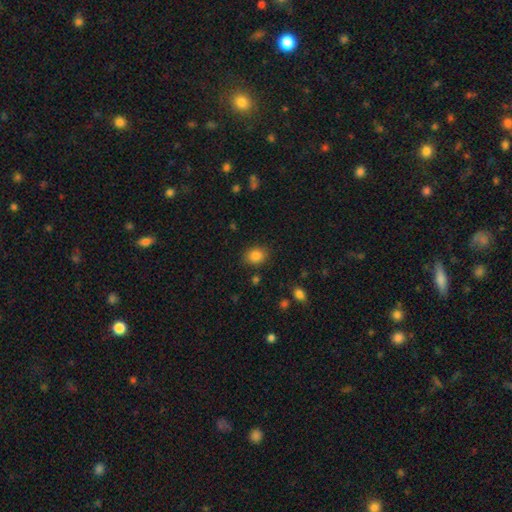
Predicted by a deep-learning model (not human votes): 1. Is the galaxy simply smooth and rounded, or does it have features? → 84% smooth, 10% star or artifact, 5% featured or disk.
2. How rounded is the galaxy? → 50% in between, 49% round, 1% cigar-shaped.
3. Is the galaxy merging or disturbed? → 85% none, 10% minor disturbance, 3% major disturbance, 2% merger.